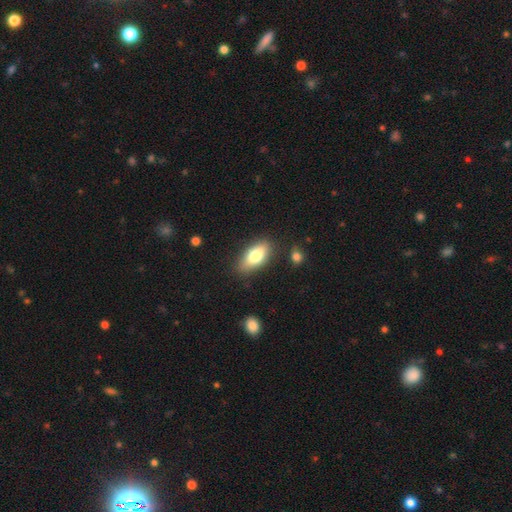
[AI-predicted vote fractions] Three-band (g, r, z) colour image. It shows a smooth galaxy with no disk features (77%) that is in between round and cigar-shaped (84%). Merging: none (82%).